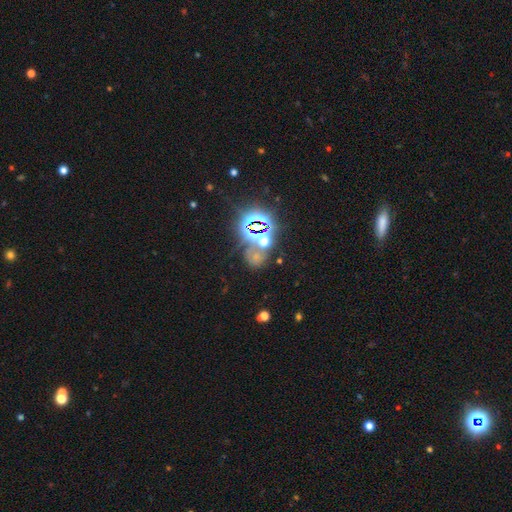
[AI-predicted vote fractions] Smooth or featured?
  - star or artifact: 59% *
  - smooth: 29%
  - featured or disk: 12%